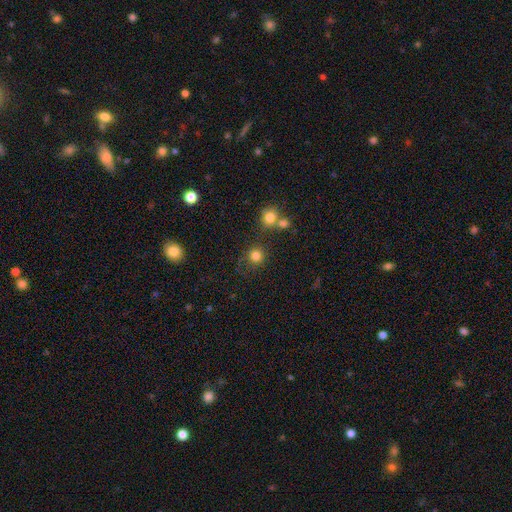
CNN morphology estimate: smooth 81%, star or artifact 14%, featured or disk 6%. Down the decision tree: how rounded — round (91%); merging — none (75%).